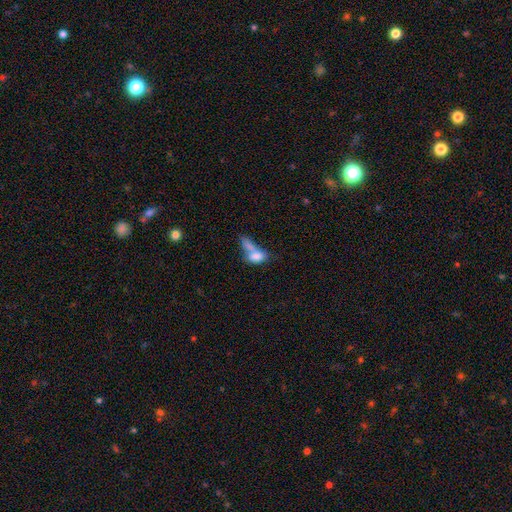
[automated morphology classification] A smooth galaxy with no disk features (73%) that is in between round and cigar-shaped (81%).

Vote fractions:
- Smooth or featured? smooth: 73% / featured or disk: 18% / star or artifact: 9%
- How rounded? in between: 81% / cigar-shaped: 11% / round: 8%
- Merging? merger: 62% / none: 17% / major disturbance: 11% / minor disturbance: 9%